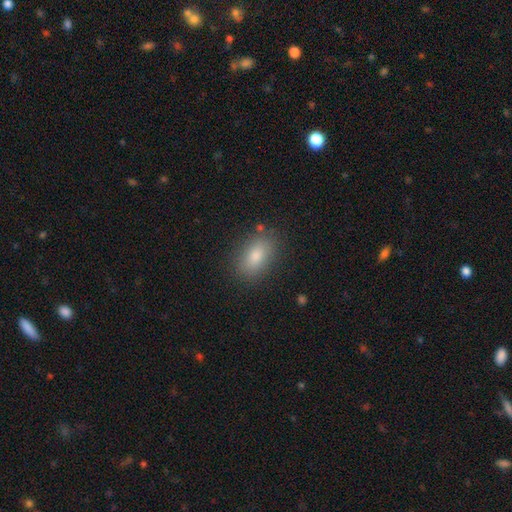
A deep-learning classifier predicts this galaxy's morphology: Smooth or featured? Predicted: smooth (p=0.81). How rounded? Predicted: in between (p=0.86). Merging? Predicted: none (p=0.85).